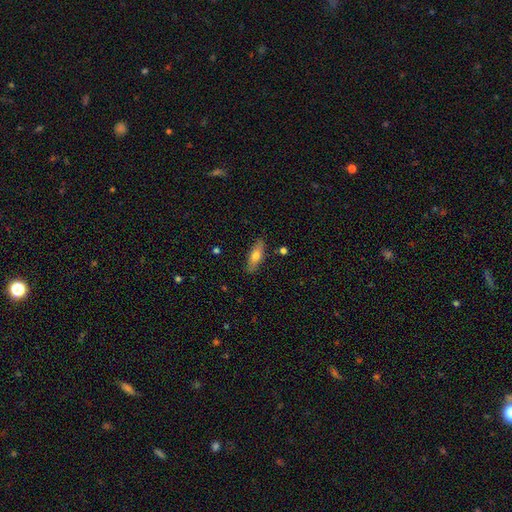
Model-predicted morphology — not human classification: type=smooth (67%); roundness=in between (61%); merging=none (84%).